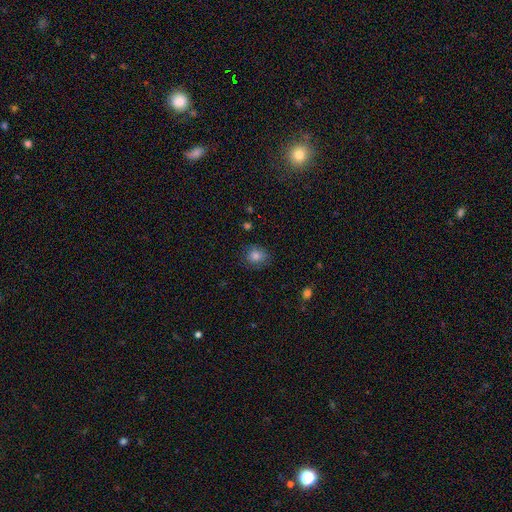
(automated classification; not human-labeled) The model was most divided on "how rounded": round: 71%, in between: 28%, cigar-shaped: 1%. More confident: smooth or featured — smooth (82%); merging — none (81%).